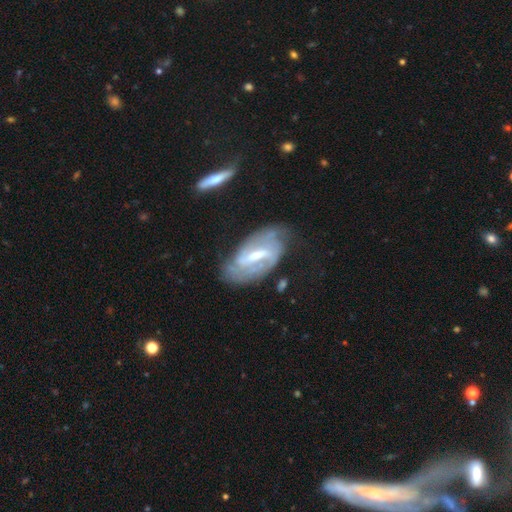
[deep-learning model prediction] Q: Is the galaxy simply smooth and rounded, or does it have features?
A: featured or disk — 84%.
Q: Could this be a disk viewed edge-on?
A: no — 93%.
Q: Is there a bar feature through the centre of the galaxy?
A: strong — 54%.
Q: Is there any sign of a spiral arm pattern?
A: yes — 92%.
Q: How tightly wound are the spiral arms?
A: medium — 42%.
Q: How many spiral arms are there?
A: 2 — 64%.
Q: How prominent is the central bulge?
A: moderate — 52%.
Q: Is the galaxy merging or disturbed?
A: none — 64%.